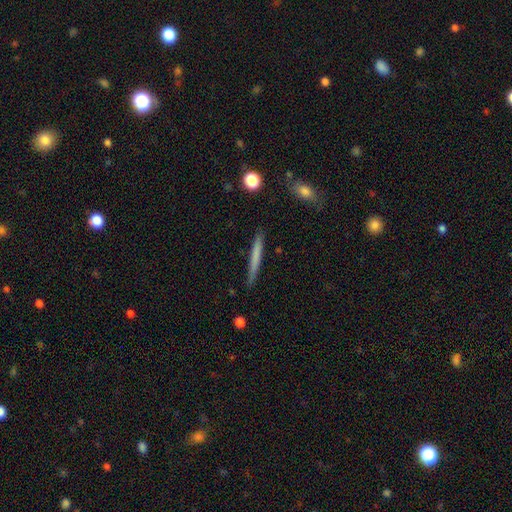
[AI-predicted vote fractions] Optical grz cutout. It shows a smooth galaxy with no disk features (65%) that is cigar-shaped (96%). Merging: none (88%).